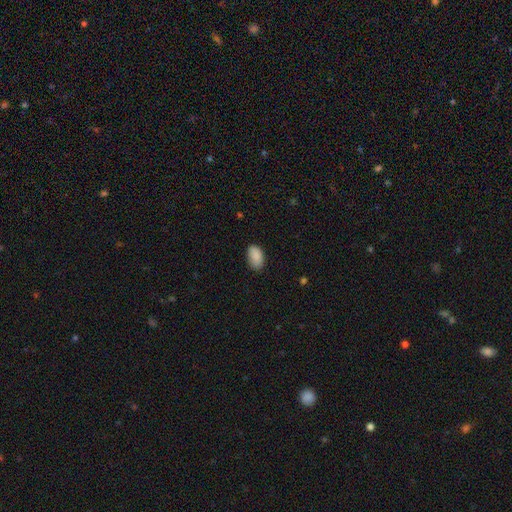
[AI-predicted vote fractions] smooth_or_featured: smooth (p=0.89) [alt: star or artifact p=0.07]
how_rounded: in between (p=0.93) [alt: round p=0.06]
merging: none (p=0.81) [alt: minor disturbance p=0.16]